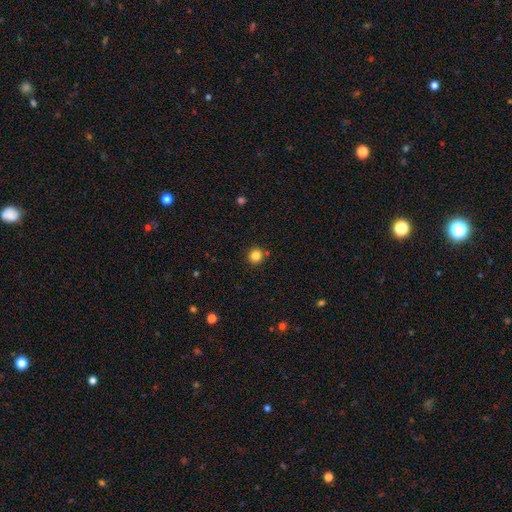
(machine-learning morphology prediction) smooth-or-featured: smooth: 84% | star or artifact: 12% | featured or disk: 5%
  how-rounded: round: 92% | in between: 7% | cigar-shaped: 1%
  merging: none: 90% | minor disturbance: 6% | merger: 3% | major disturbance: 2%